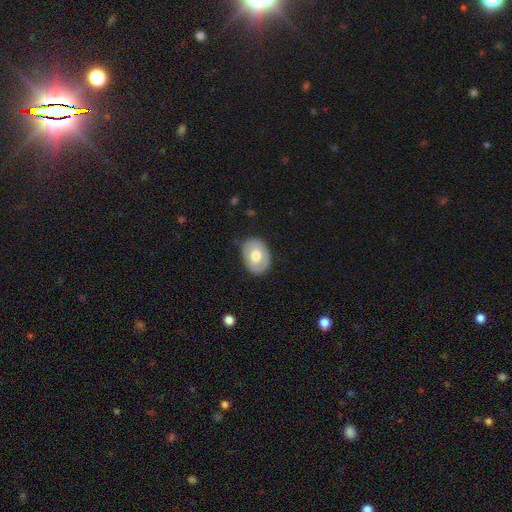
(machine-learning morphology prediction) Smooth or featured? Predicted: smooth (p=0.60). How rounded? Predicted: in between (p=0.72). Merging? Predicted: none (p=0.85).